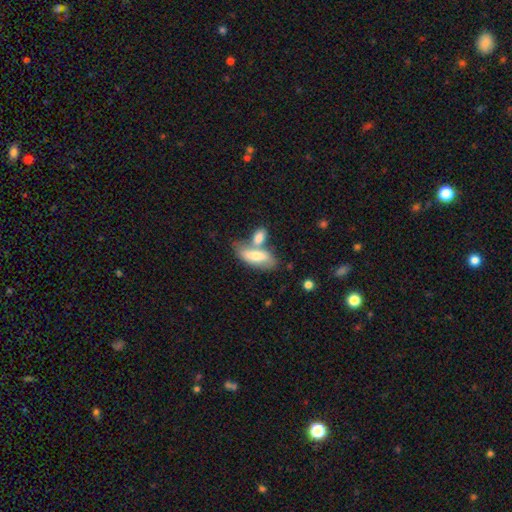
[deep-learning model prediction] Morphology: type=smooth (65%); roundness=in between (76%); merging=merger (45%).